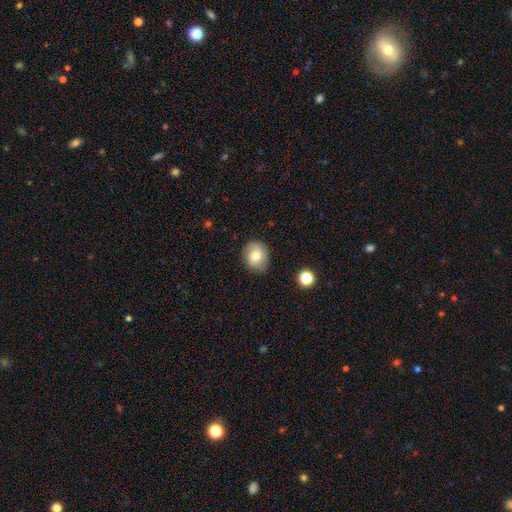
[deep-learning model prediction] Smooth or featured: smooth — 71% (featured or disk — 20%)
How rounded: round — 63% (in between — 36%)
Merging: none — 81% (minor disturbance — 14%)